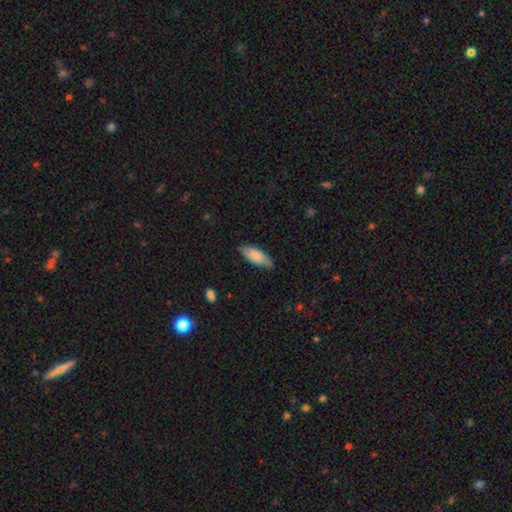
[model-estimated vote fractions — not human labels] Smooth or featured?
  - smooth: 80% *
  - featured or disk: 14%
  - star or artifact: 6%
How rounded?
  - in between: 76% *
  - cigar-shaped: 23%
  - round: 2%
Merging?
  - none: 77% *
  - minor disturbance: 19%
  - major disturbance: 3%
  - merger: 1%